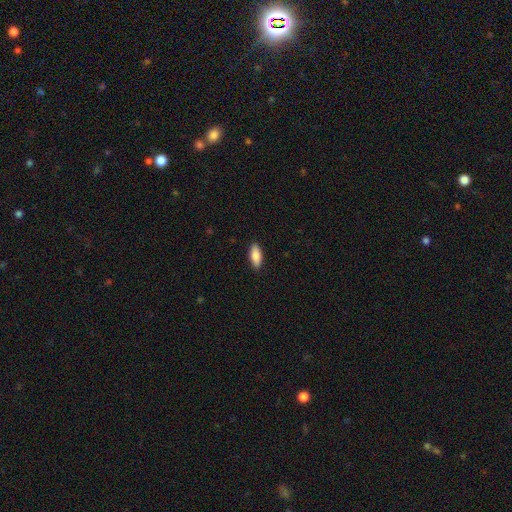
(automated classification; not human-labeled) A smooth galaxy with no disk features (84%) that is in between round and cigar-shaped (79%). Merging: none (90%).